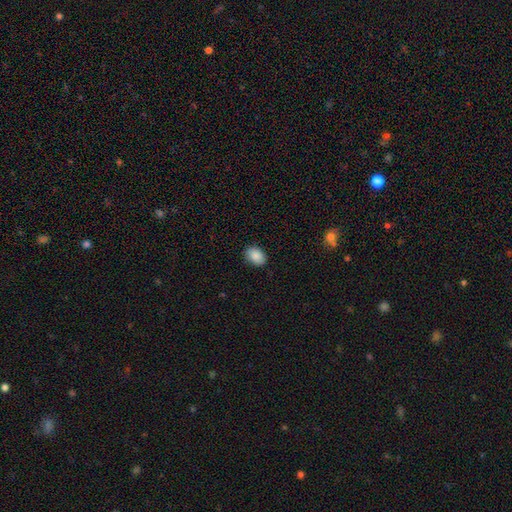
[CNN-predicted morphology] This appears to be a smooth galaxy with no disk features (88%) that is in between round and cigar-shaped (75%). Merging: none (86%).